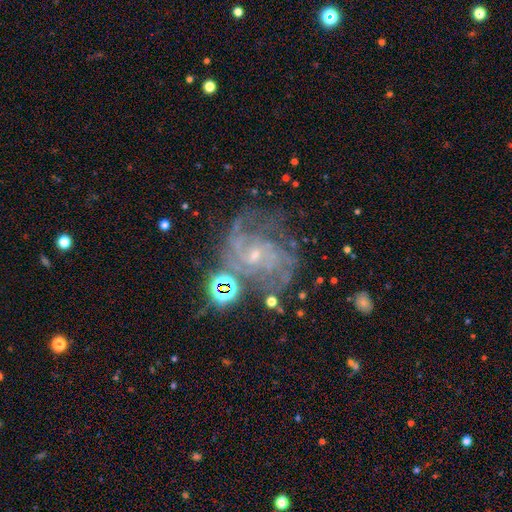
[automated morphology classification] A featured or disk galaxy (81%) with no bar (63%), tight (46%) spiral arms (94%) and a small central bulge (80%). Merging: none (58%).